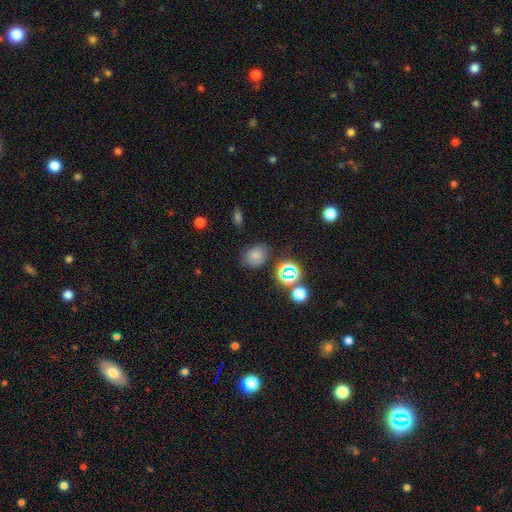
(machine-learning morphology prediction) smooth_or_featured: smooth (p=0.70) [alt: star or artifact p=0.18]
how_rounded: in between (p=0.61) [alt: round p=0.38]
merging: none (p=0.71) [alt: minor disturbance p=0.19]